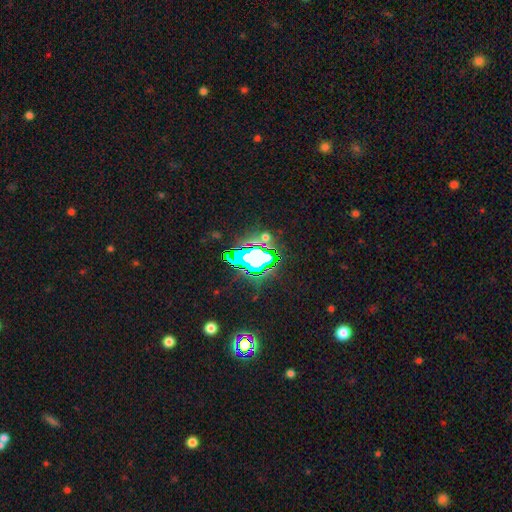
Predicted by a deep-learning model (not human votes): Smooth or featured? star or artifact (64%)